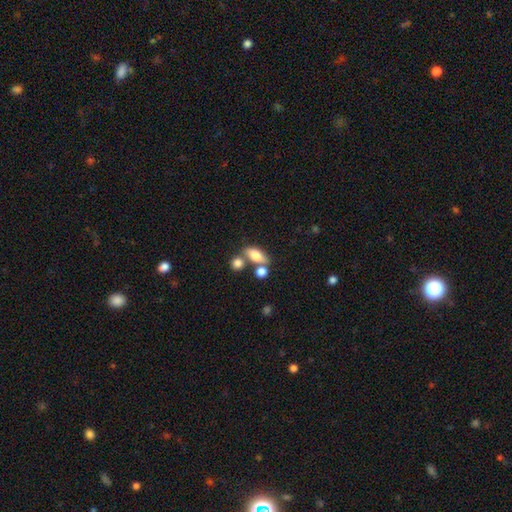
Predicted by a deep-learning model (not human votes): This is likely a smooth galaxy (70%). How rounded: likely in between (74%). Merging: possibly none (54%).